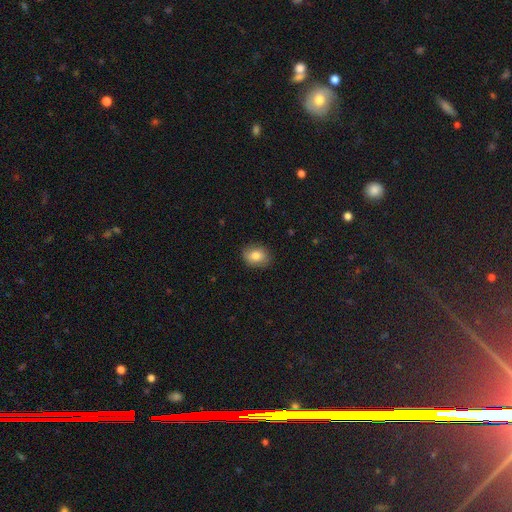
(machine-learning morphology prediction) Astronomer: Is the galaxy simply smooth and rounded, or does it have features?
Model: smooth — 81%.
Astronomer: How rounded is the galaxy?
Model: in between — 55% (runner-up: round, 44%).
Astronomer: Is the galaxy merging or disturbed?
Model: none — 86%.